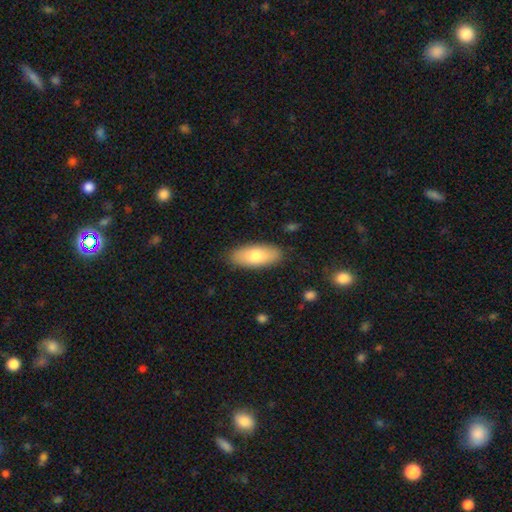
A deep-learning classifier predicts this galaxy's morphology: The model was most divided on "smooth or featured": smooth: 76%, featured or disk: 18%, star or artifact: 6%. More confident: merging — none (87%); how rounded — in between (83%).